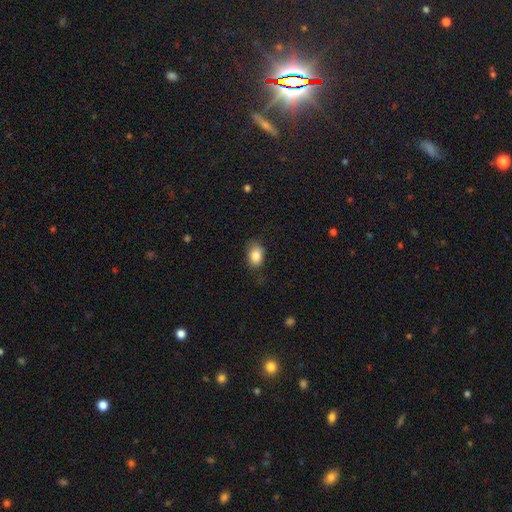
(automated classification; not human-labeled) smooth-or-featured: smooth: 84% | star or artifact: 8% | featured or disk: 7%
  how-rounded: in between: 74% | round: 24% | cigar-shaped: 1%
  merging: none: 71% | minor disturbance: 22% | major disturbance: 6% | merger: 1%